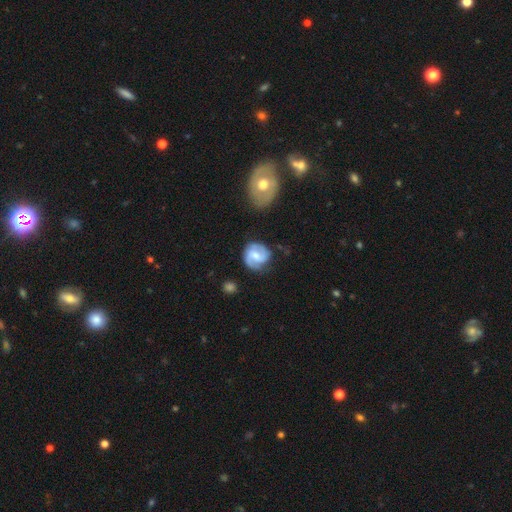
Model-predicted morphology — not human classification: This appears to be a featured or disk galaxy (75%) with a weak bar (52%), 2 (86%) medium (48%) spiral arms (94%) and a moderate central bulge (49%). Merging: none (73%).